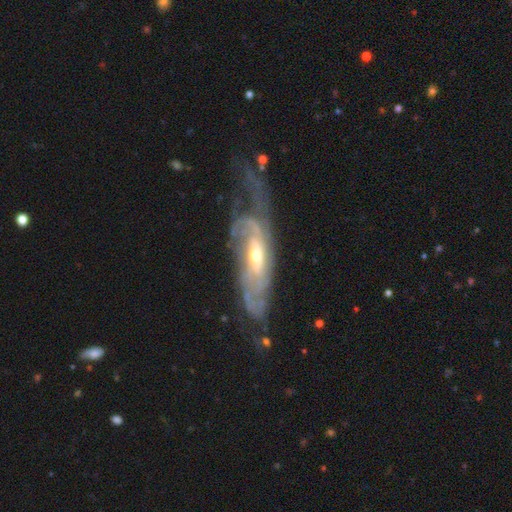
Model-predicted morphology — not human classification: This appears to be a featured or disk galaxy (81%) with no bar (48%), tight (44%) spiral arms (86%) and a moderate central bulge (51%). Merging: none (38%).